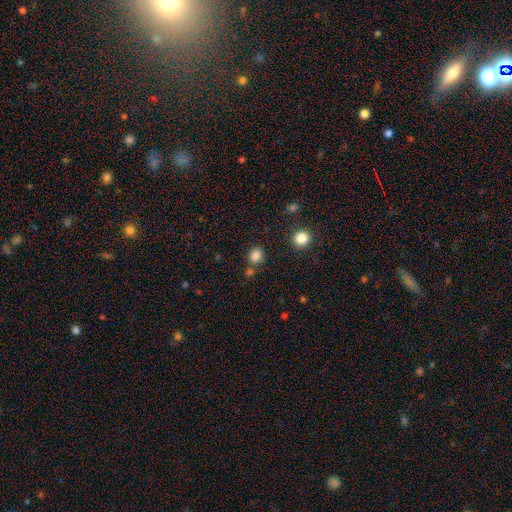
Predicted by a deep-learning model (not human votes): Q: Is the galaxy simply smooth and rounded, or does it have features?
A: smooth — 84%.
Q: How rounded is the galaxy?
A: round — 59%.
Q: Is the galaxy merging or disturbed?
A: none — 73%.